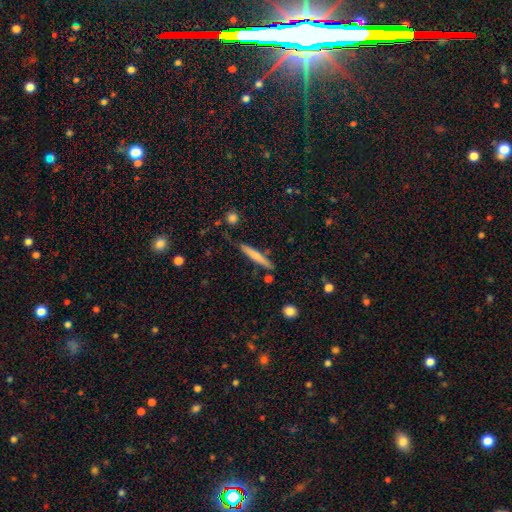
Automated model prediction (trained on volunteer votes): Smooth or featured? Predicted: smooth (p=0.62). How rounded? Predicted: cigar-shaped (p=0.94). Merging? Predicted: none (p=0.80).